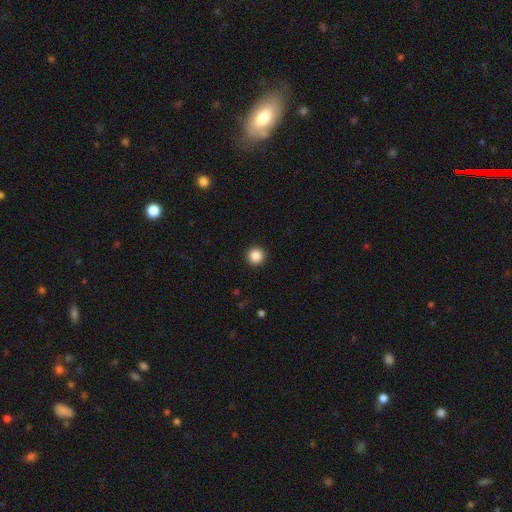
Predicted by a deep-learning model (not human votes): This is clearly a smooth galaxy (87%). How rounded: clearly round (96%). Merging: clearly none (93%).